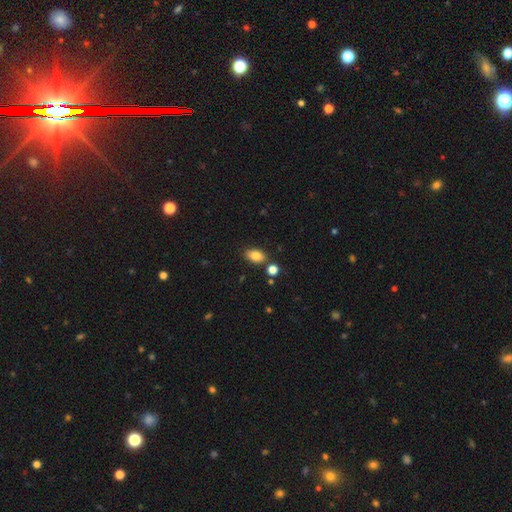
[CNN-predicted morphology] Smooth or featured?
  - smooth: 84% *
  - star or artifact: 9%
  - featured or disk: 7%
How rounded?
  - in between: 87% *
  - round: 11%
  - cigar-shaped: 2%
Merging?
  - none: 80% *
  - minor disturbance: 11%
  - merger: 7%
  - major disturbance: 3%